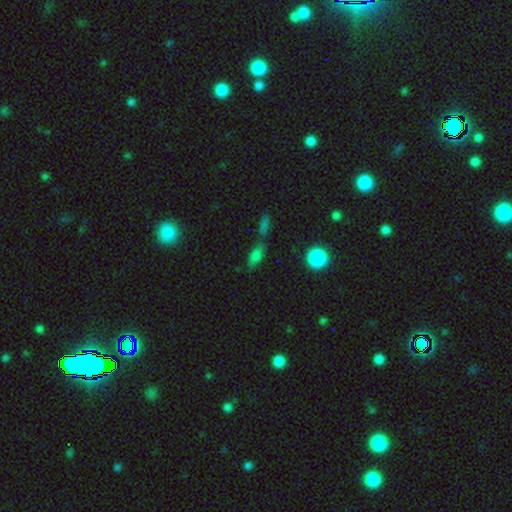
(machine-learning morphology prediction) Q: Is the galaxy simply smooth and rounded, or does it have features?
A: smooth — 66%.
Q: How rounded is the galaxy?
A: in between — 62%.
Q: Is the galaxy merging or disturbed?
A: none — 52%.